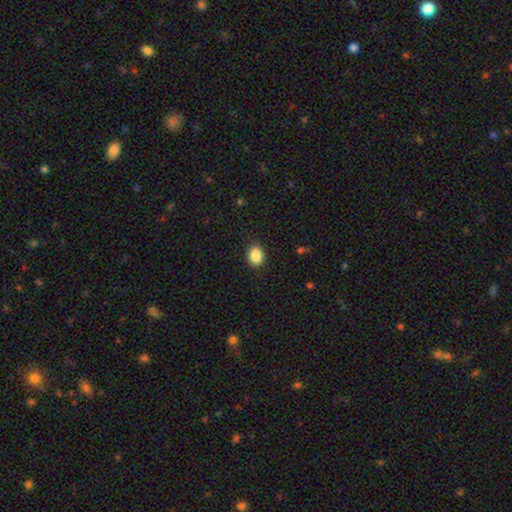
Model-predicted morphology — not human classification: Smooth or featured?
  - smooth: 87% *
  - star or artifact: 9%
  - featured or disk: 4%
How rounded?
  - in between: 68% *
  - round: 31%
  - cigar-shaped: 1%
Merging?
  - none: 80% *
  - minor disturbance: 15%
  - major disturbance: 3%
  - merger: 2%